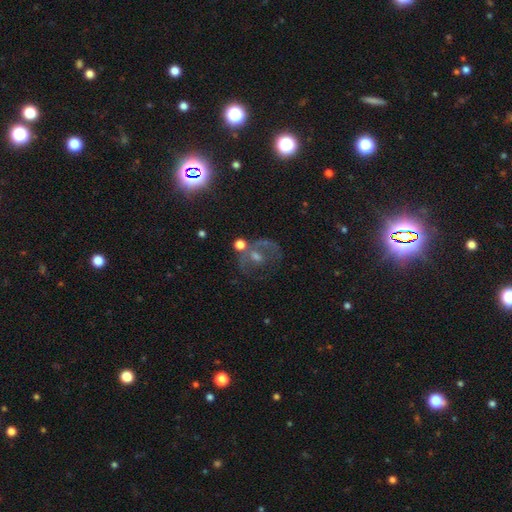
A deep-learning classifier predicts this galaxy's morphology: Q: Smooth or featured?
A: featured or disk (52%); runner-up: star or artifact (27%)
Q: Edge-on disk?
A: no (96%); runner-up: yes (4%)
Q: Merging?
A: none (44%); runner-up: major disturbance (24%)